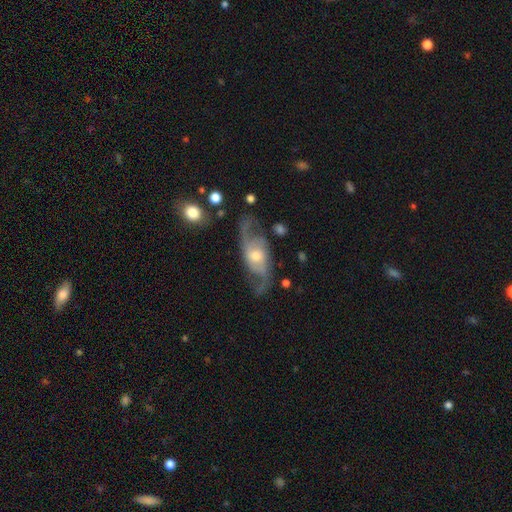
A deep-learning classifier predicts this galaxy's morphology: featured or disk 86%, smooth 8%, star or artifact 6%. Down the decision tree: edge-on disk — no (91%); bar — no (59%); spiral arms — yes (95%); spiral arm count — 2 (87%); spiral winding — loose (47%); bulge size — moderate (58%); merging — none (69%).